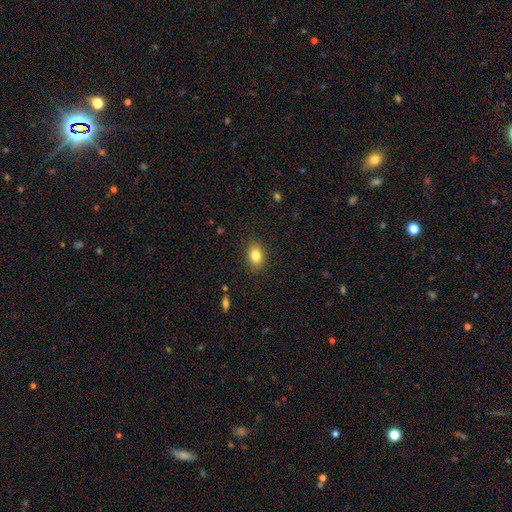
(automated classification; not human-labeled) The model was most divided on "how rounded": in between: 76%, round: 23%, cigar-shaped: 1%. More confident: merging — none (87%); smooth or featured — smooth (83%).